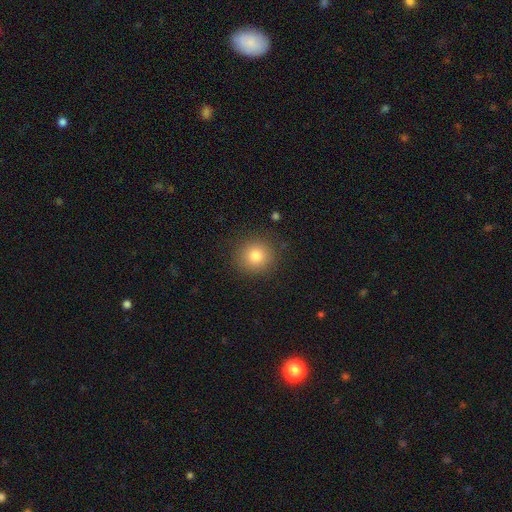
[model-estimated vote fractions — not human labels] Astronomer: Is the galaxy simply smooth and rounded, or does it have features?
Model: smooth — 80%.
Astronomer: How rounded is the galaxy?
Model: round — 92%.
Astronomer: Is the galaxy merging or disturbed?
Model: none — 89%.